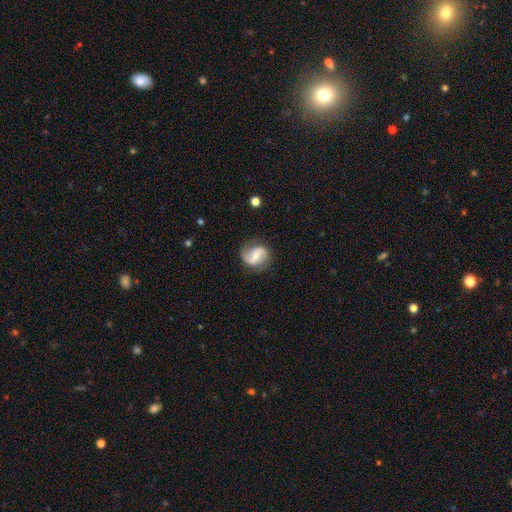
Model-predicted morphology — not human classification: Smooth or featured: featured or disk — 74% (smooth — 19%)
Edge-on disk: no — 98% (yes — 2%)
Bar: weak — 45% (no — 29%)
Spiral arms: yes — 93% (no — 7%)
Spiral winding: medium — 42% (tied with loose — 42%)
Spiral arm count: 2 — 89% (can't tell — 4%)
Bulge size: small — 47% (moderate — 44%)
Merging: none — 79% (minor disturbance — 15%)